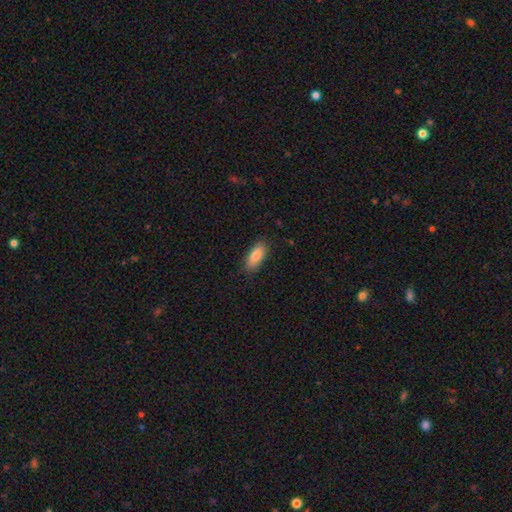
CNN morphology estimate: Overall: smooth (86%). How rounded: in between (77%). Merging: none (85%).